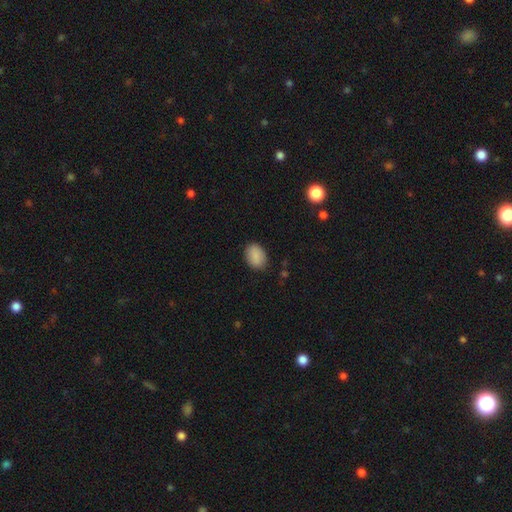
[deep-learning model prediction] smooth-or-featured: smooth: 88% | star or artifact: 7% | featured or disk: 4%
  how-rounded: in between: 75% | round: 24% | cigar-shaped: 1%
  merging: none: 85% | minor disturbance: 11% | major disturbance: 3% | merger: 1%